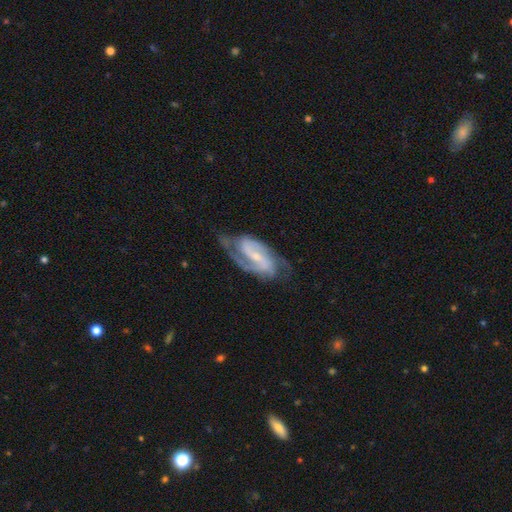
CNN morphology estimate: type=featured or disk (90%); edge-on=no (96%); bar=strong (42%); spiral arms=yes (97%); winding=medium (53%); arm count=2 (88%); bulge=small (67%); merging=none (71%).